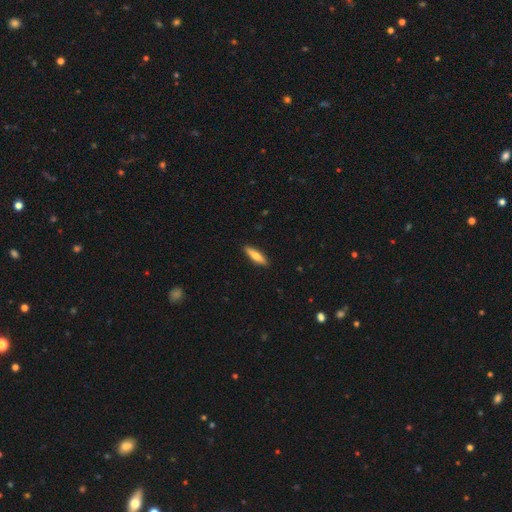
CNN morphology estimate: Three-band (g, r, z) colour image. It shows a smooth galaxy with no disk features (66%) that is cigar-shaped (72%). Merging: none (90%).